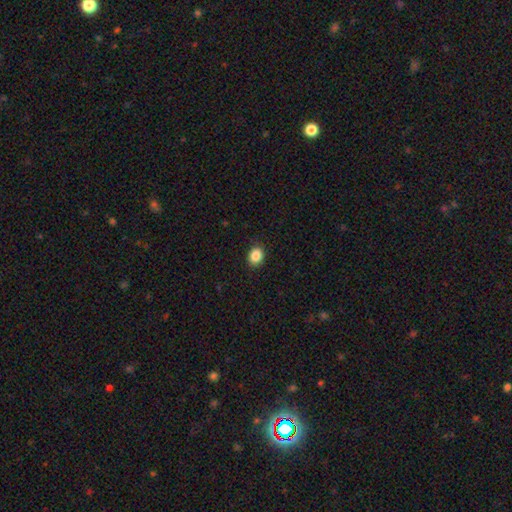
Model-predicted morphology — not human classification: Q: Smooth or featured?
A: smooth (88%); runner-up: star or artifact (9%)
Q: How rounded?
A: in between (52%); runner-up: round (47%)
Q: Merging?
A: none (89%); runner-up: minor disturbance (8%)